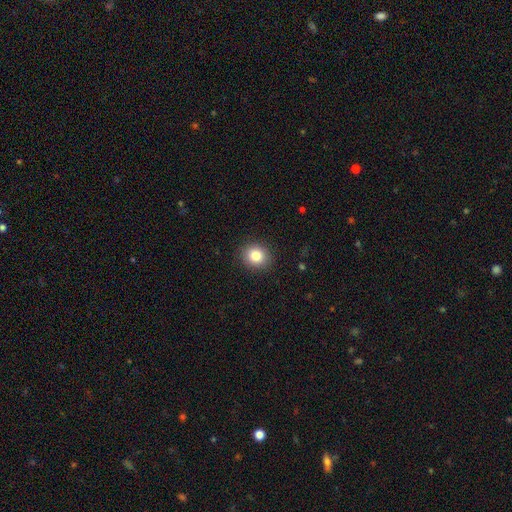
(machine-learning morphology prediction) smooth-or-featured: smooth: 83% | star or artifact: 10% | featured or disk: 7%
  how-rounded: round: 72% | in between: 27% | cigar-shaped: 1%
  merging: none: 90% | minor disturbance: 7% | major disturbance: 2% | merger: 1%